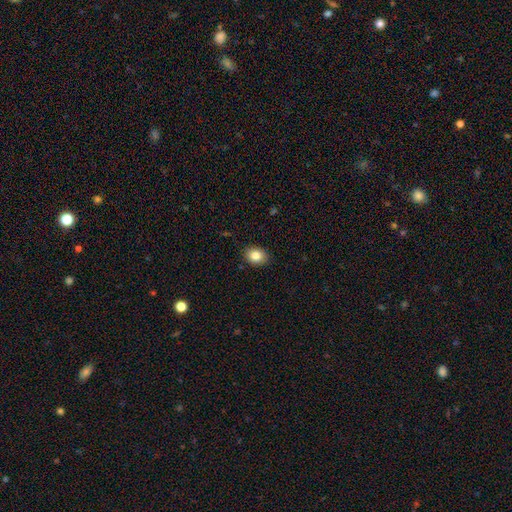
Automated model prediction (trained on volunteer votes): Smooth or featured? Predicted: smooth (p=0.84). How rounded? Predicted: in between (p=0.57). Merging? Predicted: none (p=0.88).